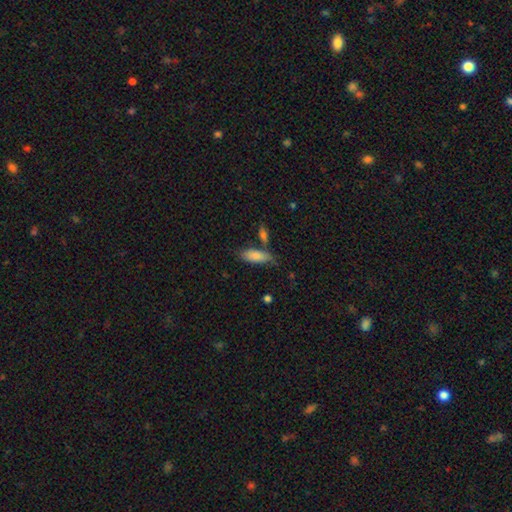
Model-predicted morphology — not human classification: Overall: smooth (83%). How rounded: in between (73%). Merging: none (64%).